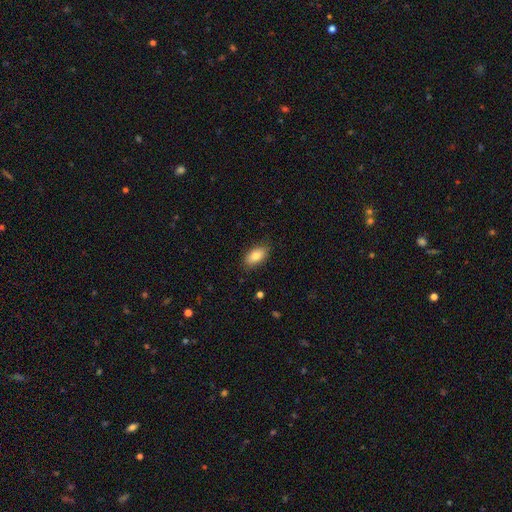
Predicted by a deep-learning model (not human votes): Morphology: type=smooth (82%); roundness=in between (91%); merging=none (85%).